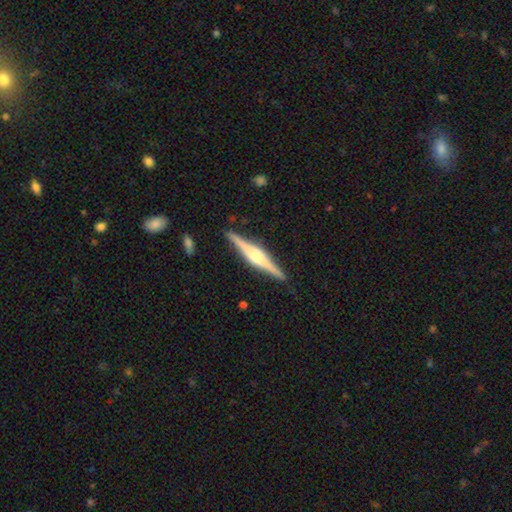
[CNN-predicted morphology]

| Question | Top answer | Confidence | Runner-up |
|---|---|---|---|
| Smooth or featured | featured or disk | 81% | smooth (14%) |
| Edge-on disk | yes | 98% | no (2%) |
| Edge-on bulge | rounded | 83% | boxy (13%) |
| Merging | none | 90% | minor disturbance (7%) |